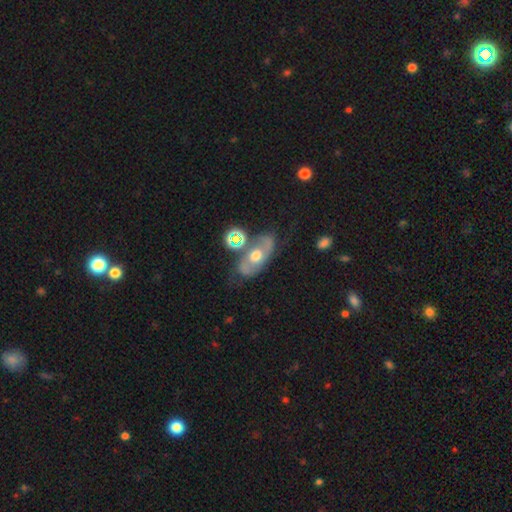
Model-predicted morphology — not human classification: Overall: featured or disk (51%; smooth 36%). Edge-on disk: no (83%). Merging: none (58%; minor disturbance 20%).